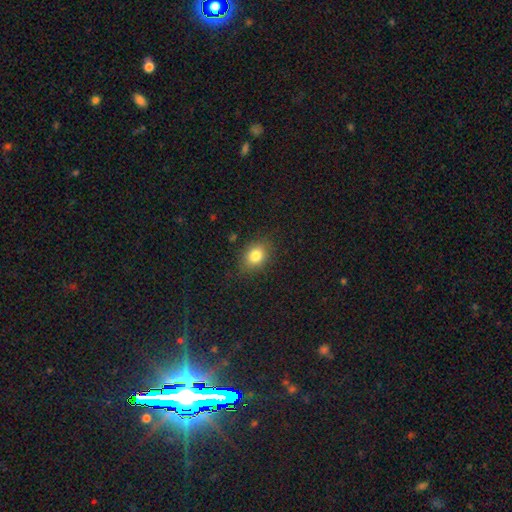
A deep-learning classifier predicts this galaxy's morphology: Smooth or featured? smooth (82%)
How rounded? in between (60%)
Merging? none (84%)